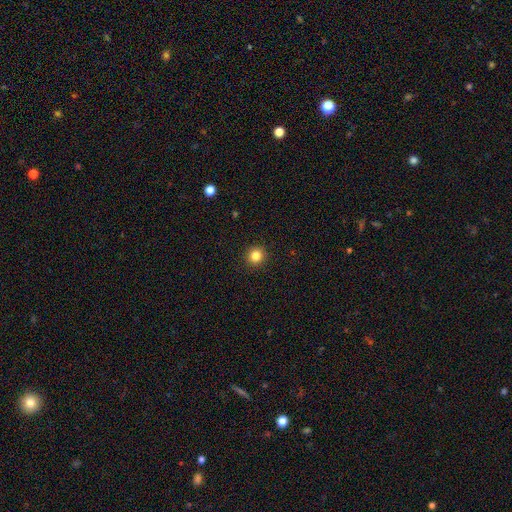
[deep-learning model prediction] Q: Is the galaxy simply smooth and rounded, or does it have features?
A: smooth — 84%.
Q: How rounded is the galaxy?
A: round — 94%.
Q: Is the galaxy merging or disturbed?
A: none — 93%.